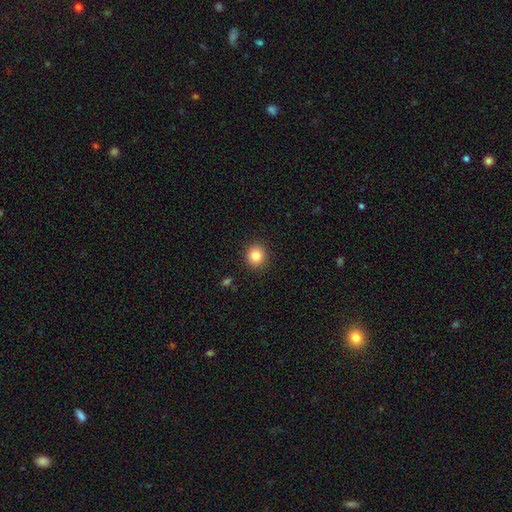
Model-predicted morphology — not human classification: This appears to be a smooth galaxy with no disk features (84%) that is round (87%). Merging: none (91%).